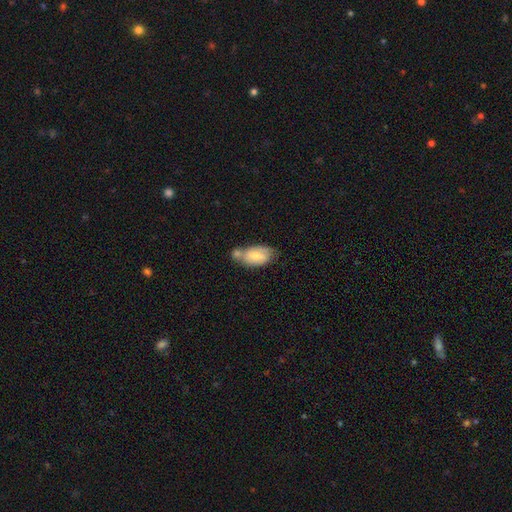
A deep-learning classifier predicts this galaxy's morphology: Smooth or featured? smooth (63%)
How rounded? in between (90%)
Merging? merger (44%)